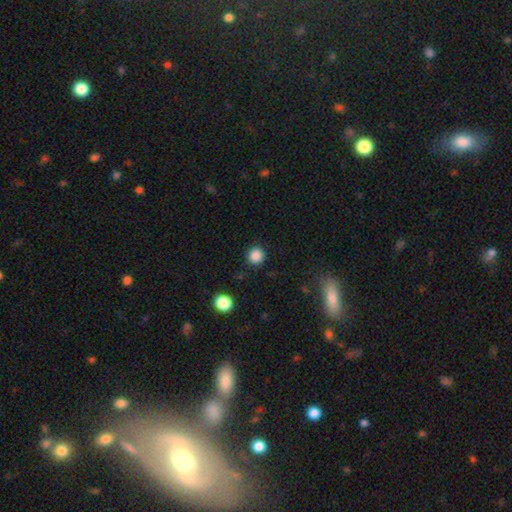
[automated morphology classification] Smooth or featured: smooth — 85% (star or artifact — 11%)
How rounded: round — 94% (in between — 5%)
Merging: none — 90% (minor disturbance — 6%)